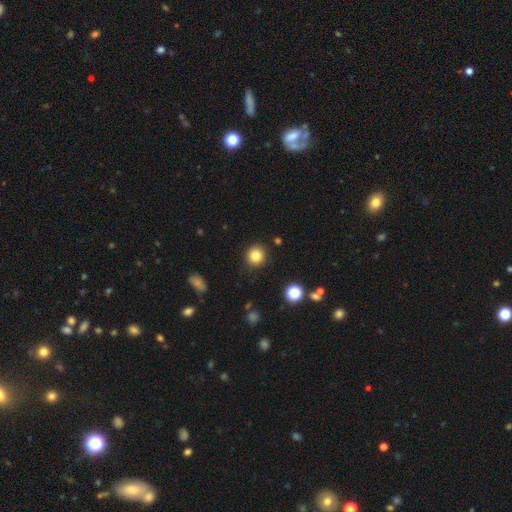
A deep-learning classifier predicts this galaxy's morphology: Smooth or featured: smooth — 83% (star or artifact — 11%)
How rounded: round — 92% (in between — 8%)
Merging: none — 90% (minor disturbance — 6%)